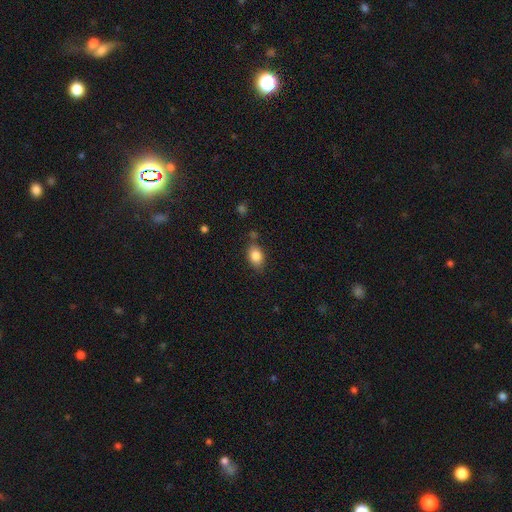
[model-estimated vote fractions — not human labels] This is clearly a smooth galaxy (84%). How rounded: likely in between (77%). Merging: likely none (74%).